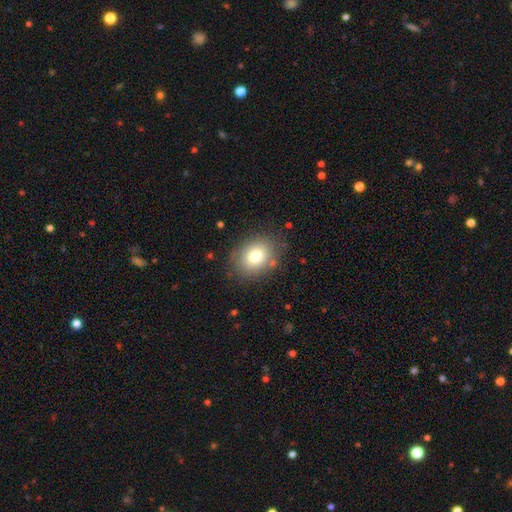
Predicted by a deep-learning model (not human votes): The model was most divided on "how rounded": in between: 52%, round: 47%, cigar-shaped: 1%. More confident: merging — none (83%); smooth or featured — smooth (76%).